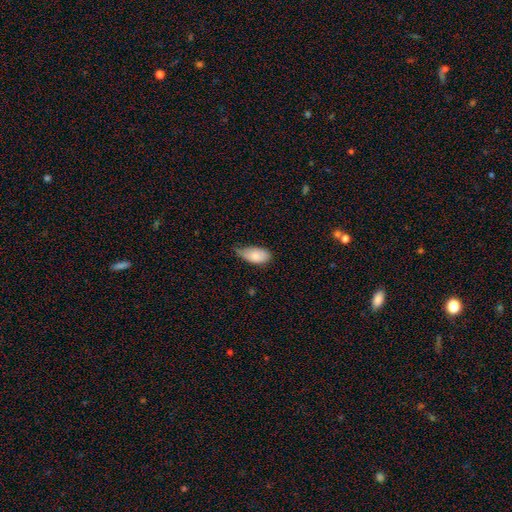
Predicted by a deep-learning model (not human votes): Q: Smooth or featured?
A: smooth (82%); runner-up: featured or disk (12%)
Q: How rounded?
A: in between (94%); runner-up: round (3%)
Q: Merging?
A: minor disturbance (51%); runner-up: none (35%)